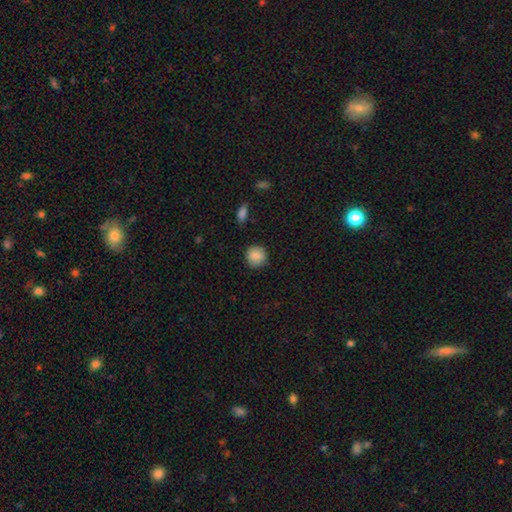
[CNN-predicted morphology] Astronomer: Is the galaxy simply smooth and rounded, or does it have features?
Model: smooth — 88%.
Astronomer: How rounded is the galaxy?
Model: round — 89%.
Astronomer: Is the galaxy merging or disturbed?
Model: none — 85%.